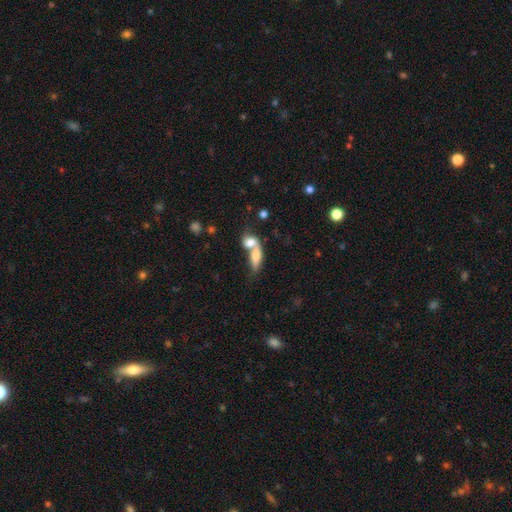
Overall: smooth (74%). How rounded: in between (54%; cigar-shaped 39%). Merging: merger (71%).